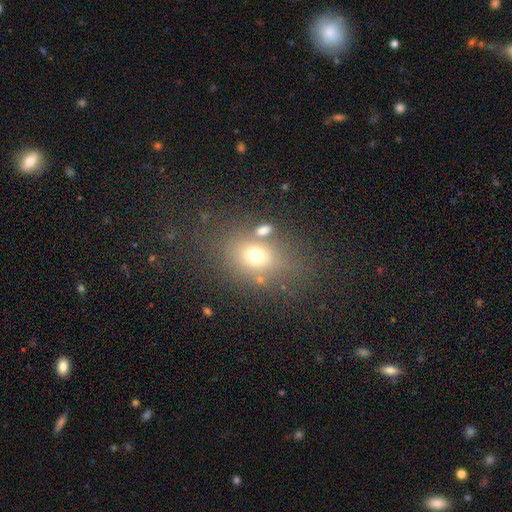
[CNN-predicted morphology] This is likely a smooth galaxy (66%). How rounded: possibly in between (56%). Merging: likely none (63%).